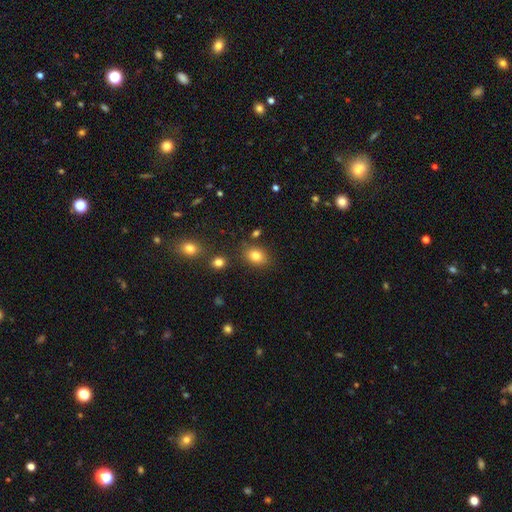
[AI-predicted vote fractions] smooth-or-featured: smooth: 82% | star or artifact: 10% | featured or disk: 8%
  how-rounded: in between: 65% | round: 34% | cigar-shaped: 1%
  merging: none: 80% | minor disturbance: 12% | merger: 5% | major disturbance: 3%